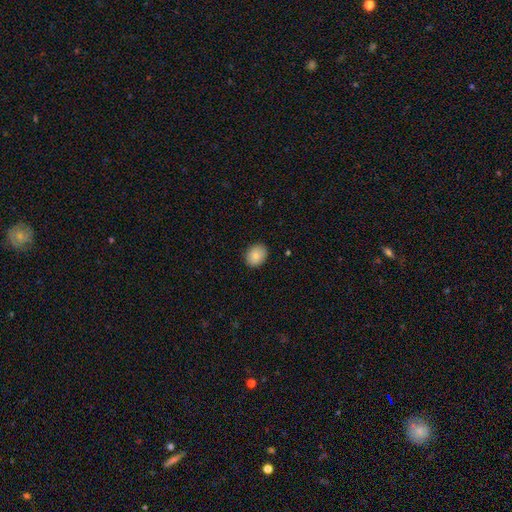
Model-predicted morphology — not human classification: The model was most divided on "how rounded": in between: 53%, round: 46%, cigar-shaped: 1%. More confident: merging — none (88%); smooth or featured — smooth (84%).